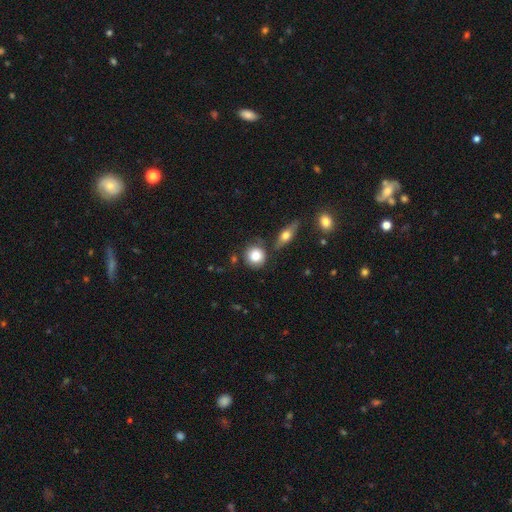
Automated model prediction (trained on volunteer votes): smooth 81%, featured or disk 12%, star or artifact 8%. Down the decision tree: how rounded — round (86%); merging — none (72%).